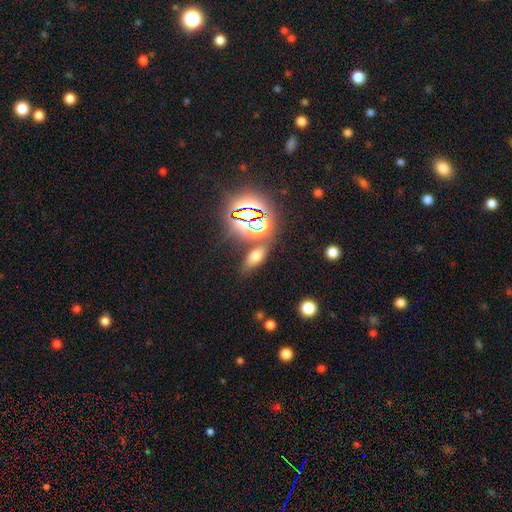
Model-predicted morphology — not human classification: The model was most divided on "smooth or featured": smooth: 56%, star or artifact: 30%, featured or disk: 14%. More confident: how rounded — in between (77%); merging — none (73%).